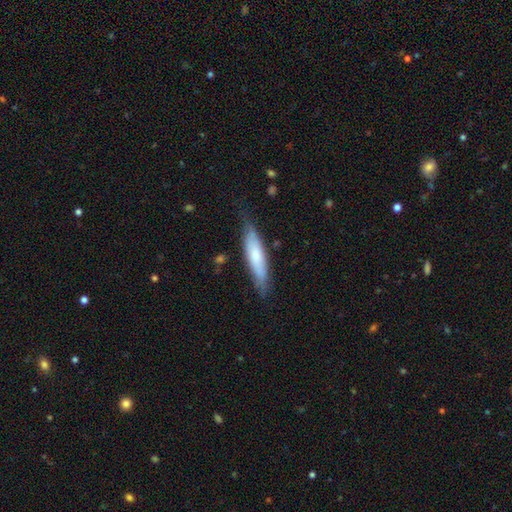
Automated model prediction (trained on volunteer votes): Morphology: type=smooth (62%); roundness=cigar-shaped (75%); merging=none (71%).